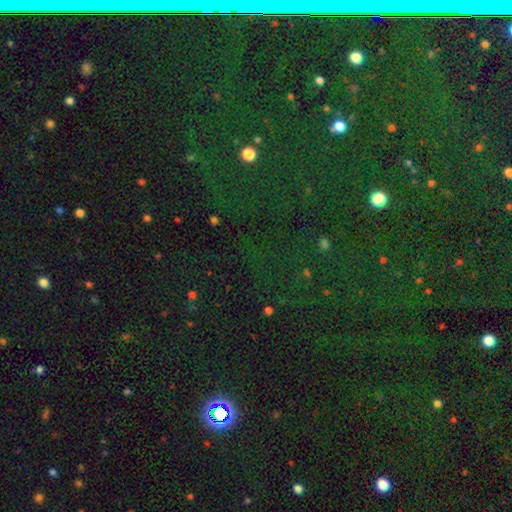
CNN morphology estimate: A star or artifact, not a galaxy (80%).